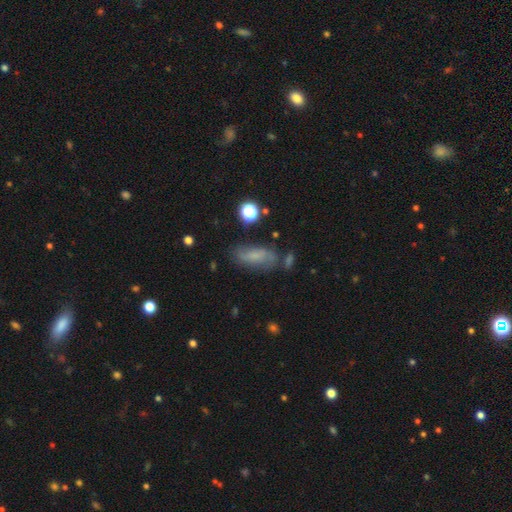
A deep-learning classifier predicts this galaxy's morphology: Overall: smooth (54%; featured or disk 32%). How rounded: in between (68%). Merging: none (63%).